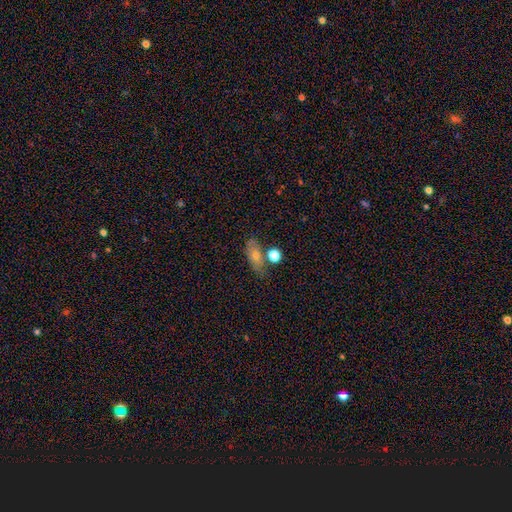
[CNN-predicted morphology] Overall: smooth (62%; featured or disk 25%). How rounded: in between (75%). Merging: none (59%).